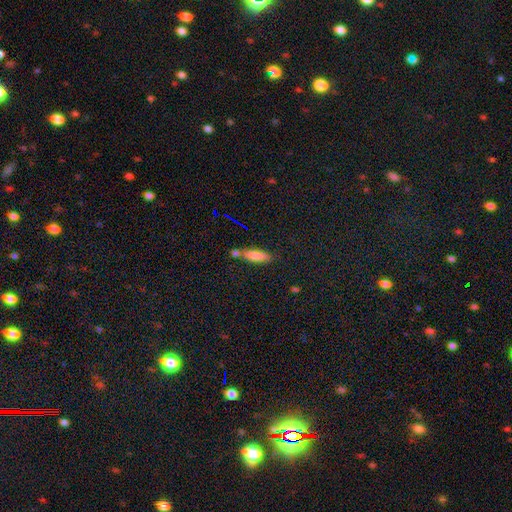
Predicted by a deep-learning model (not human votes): The model was most divided on "how rounded": in between: 50%, cigar-shaped: 48%, round: 3%. More confident: smooth or featured — smooth (77%); merging — none (62%).